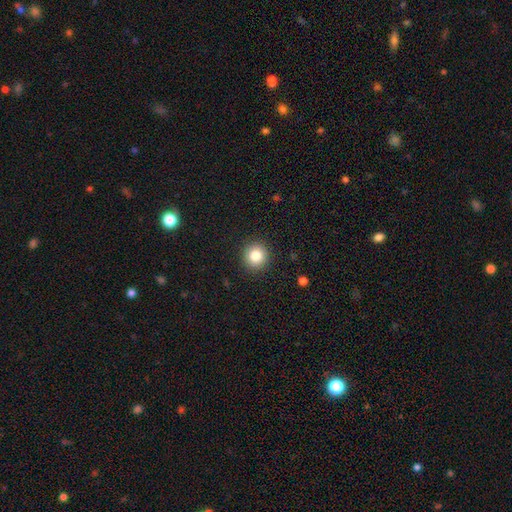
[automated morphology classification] smooth_or_featured: smooth (p=0.83) [alt: star or artifact p=0.11]
how_rounded: round (p=0.92) [alt: in between p=0.07]
merging: none (p=0.91) [alt: minor disturbance p=0.06]